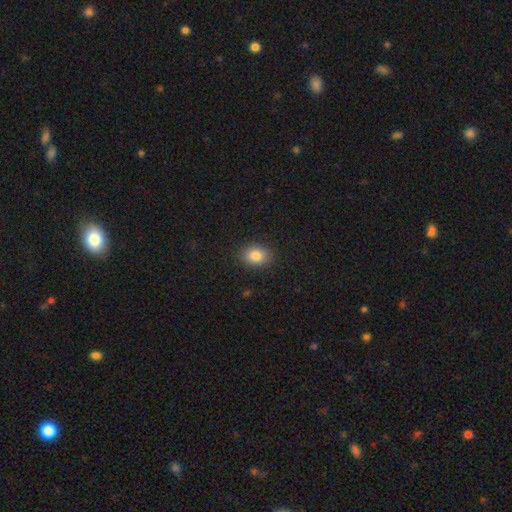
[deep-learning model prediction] Smooth or featured? Predicted: smooth (p=0.85). How rounded? Predicted: in between (p=0.62). Merging? Predicted: none (p=0.89).